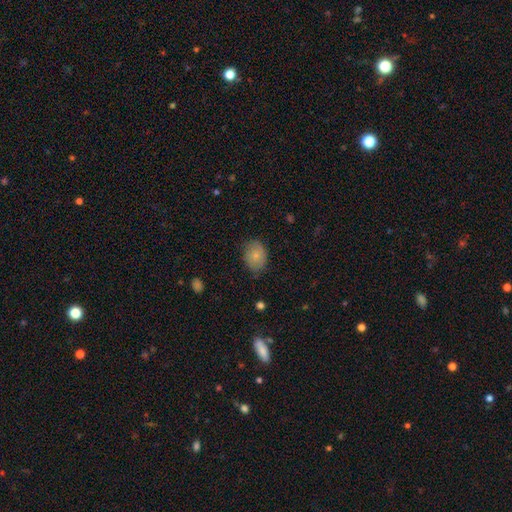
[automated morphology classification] This is likely a smooth galaxy (78%). How rounded: likely in between (67%). Merging: likely none (72%).